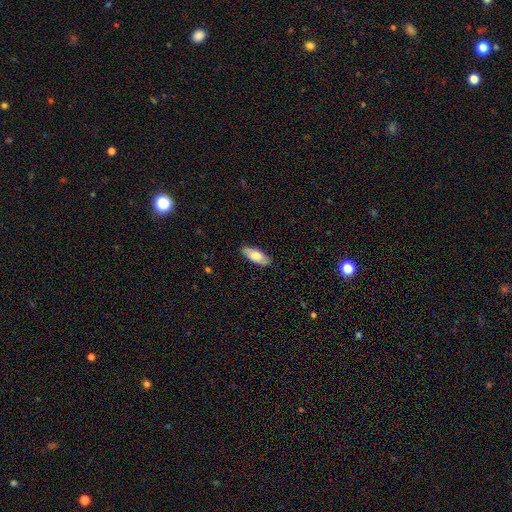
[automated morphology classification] type=smooth (74%); roundness=in between (81%); merging=none (86%).